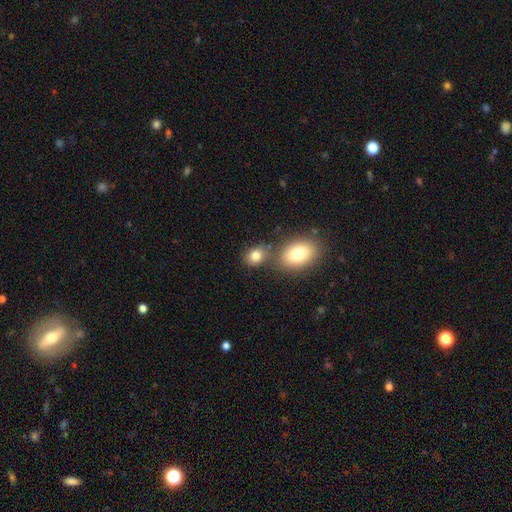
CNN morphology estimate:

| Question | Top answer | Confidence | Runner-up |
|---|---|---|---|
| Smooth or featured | smooth | 81% | star or artifact (11%) |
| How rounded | in between | 53% | round (45%) |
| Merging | none | 60% | merger (26%) |